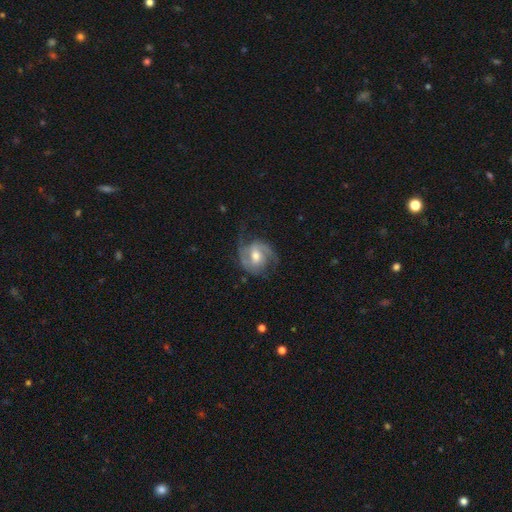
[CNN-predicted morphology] Overall: featured or disk (86%). Edge-on disk: no (97%). Bar: weak (48%; no 36%). Spiral arms: yes (96%). Spiral arm count: 2 (84%). Spiral winding: medium (52%; tight 27%). Bulge size: moderate (65%; small 27%). Merging: none (67%).